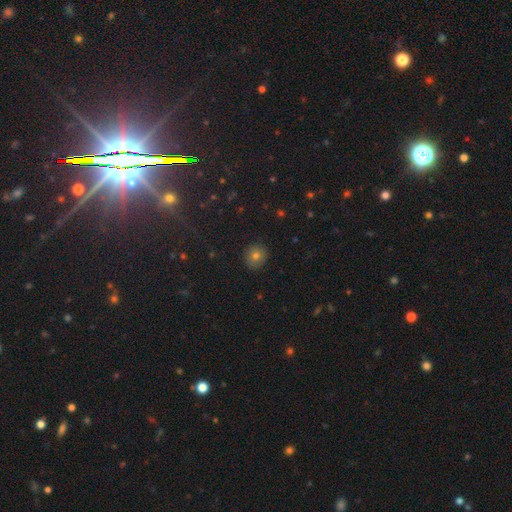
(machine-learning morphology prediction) This is likely a smooth galaxy (75%). How rounded: clearly round (88%). Merging: clearly none (89%).